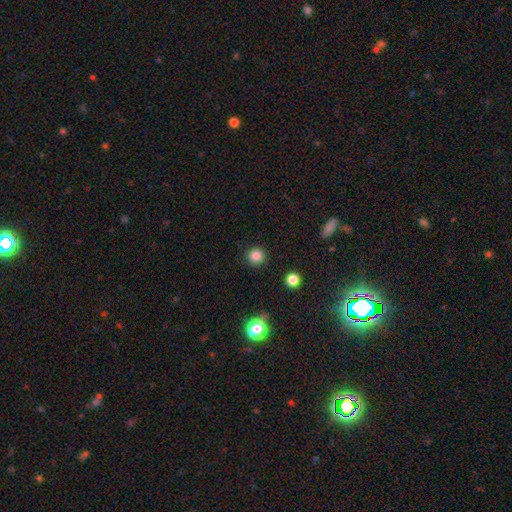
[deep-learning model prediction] Smooth or featured: smooth — 84% (star or artifact — 13%)
How rounded: round — 94% (in between — 5%)
Merging: none — 89% (minor disturbance — 7%)